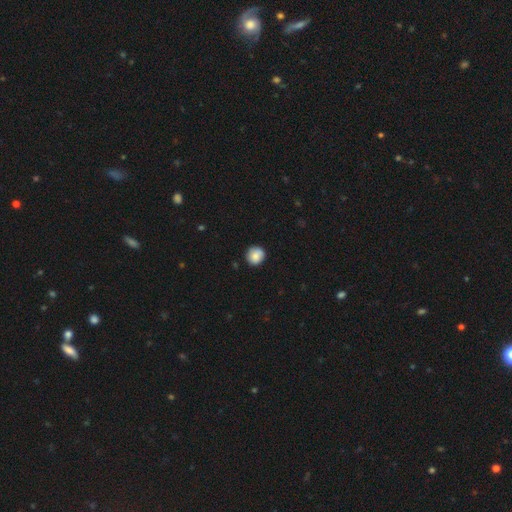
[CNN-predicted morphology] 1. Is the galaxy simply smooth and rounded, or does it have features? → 85% smooth, 8% star or artifact, 8% featured or disk.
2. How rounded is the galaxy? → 92% round, 7% in between, 1% cigar-shaped.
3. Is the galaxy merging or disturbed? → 85% none, 11% minor disturbance, 2% major disturbance, 1% merger.